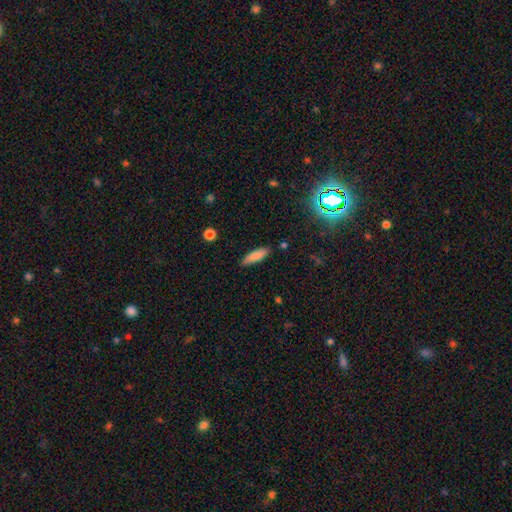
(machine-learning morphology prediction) smooth_or_featured: smooth (p=0.81) [alt: featured or disk p=0.11]
how_rounded: cigar-shaped (p=0.62) [alt: in between p=0.36]
merging: none (p=0.86) [alt: minor disturbance p=0.10]